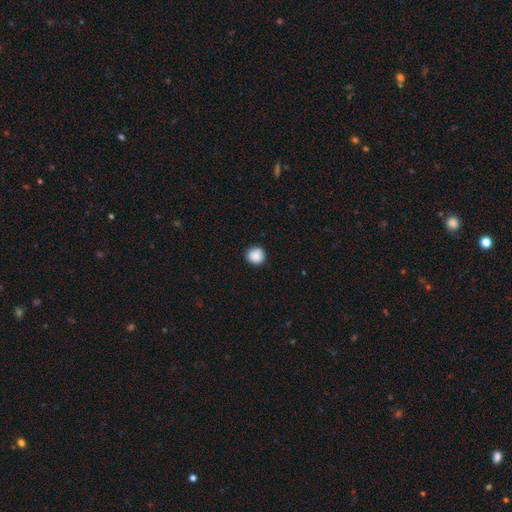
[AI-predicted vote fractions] This appears to be a smooth galaxy with no disk features (88%) that is round (92%). Merging: none (89%).